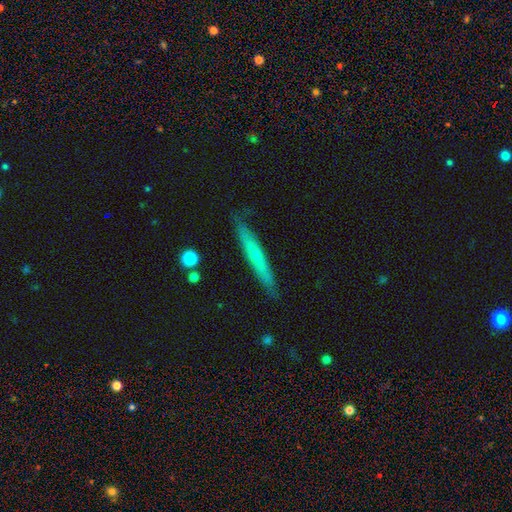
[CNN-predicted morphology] A smooth galaxy with no disk features (48%).

Vote fractions:
- Smooth or featured? smooth: 48% / featured or disk: 46% / star or artifact: 6%
- Merging? none: 84% / minor disturbance: 12% / major disturbance: 2% / merger: 2%